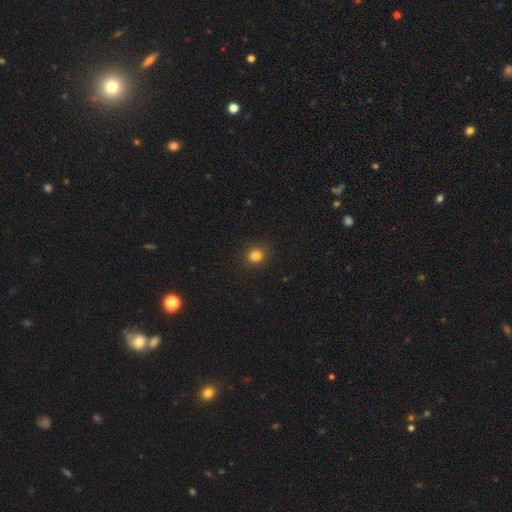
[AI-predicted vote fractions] Overall: smooth (82%). How rounded: round (83%). Merging: none (90%).